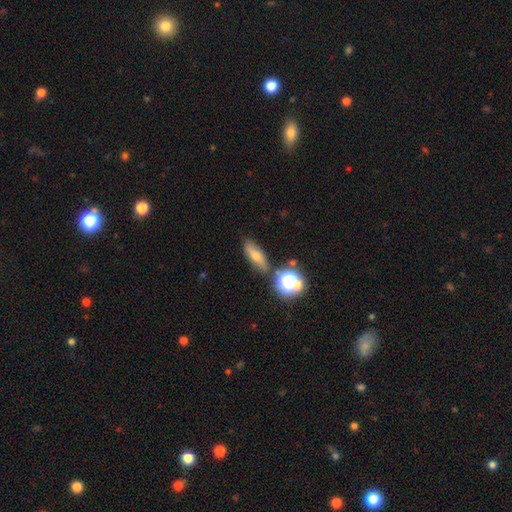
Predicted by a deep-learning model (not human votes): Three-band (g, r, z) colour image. It shows a smooth galaxy with no disk features (54%) that is in between round and cigar-shaped (48%). Merging: none (79%).